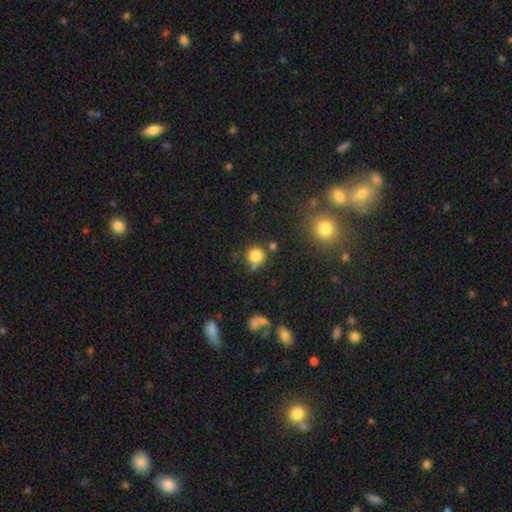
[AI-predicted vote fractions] This is clearly a smooth galaxy (82%). How rounded: clearly round (92%). Merging: likely none (78%).